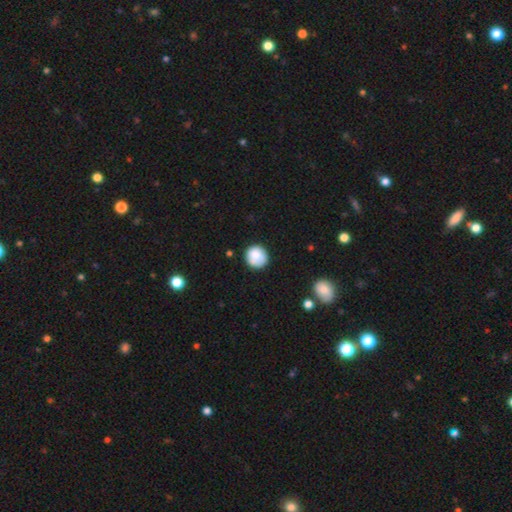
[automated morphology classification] A smooth galaxy with no disk features (85%) that is round (90%).

Vote fractions:
- Smooth or featured? smooth: 85% / star or artifact: 8% / featured or disk: 7%
- How rounded? round: 90% / in between: 9% / cigar-shaped: 1%
- Merging? none: 80% / minor disturbance: 14% / major disturbance: 3% / merger: 2%